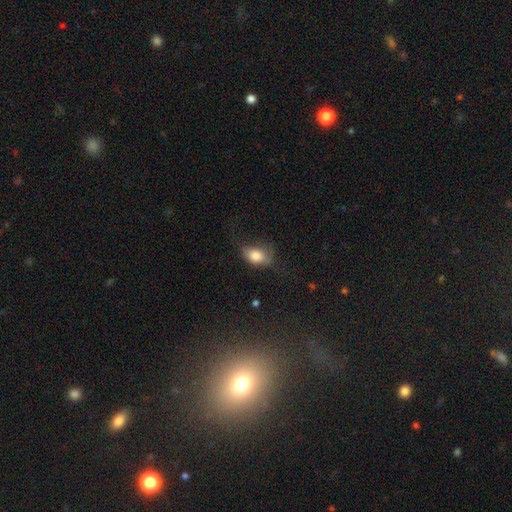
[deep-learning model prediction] Smooth or featured: smooth — 81% (featured or disk — 11%)
How rounded: in between — 83% (round — 15%)
Merging: none — 48% (minor disturbance — 33%)